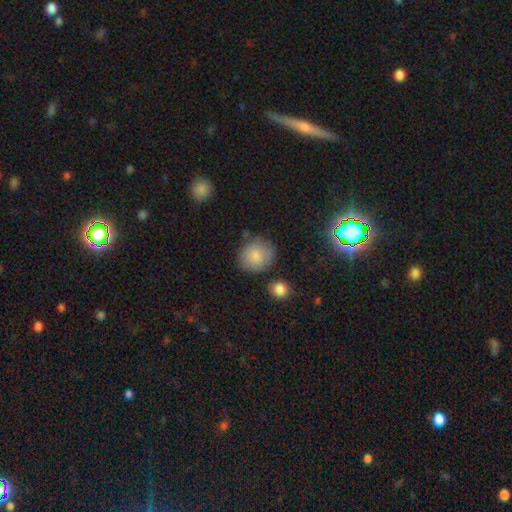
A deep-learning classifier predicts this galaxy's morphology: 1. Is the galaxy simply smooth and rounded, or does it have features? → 84% smooth, 8% featured or disk, 8% star or artifact.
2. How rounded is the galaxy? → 83% round, 16% in between, 1% cigar-shaped.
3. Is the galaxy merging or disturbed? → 76% none, 15% minor disturbance, 5% merger, 4% major disturbance.